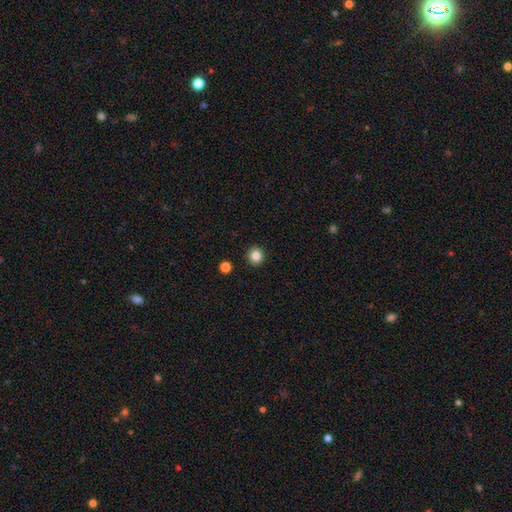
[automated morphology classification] Overall: smooth (83%). How rounded: round (94%). Merging: none (92%).